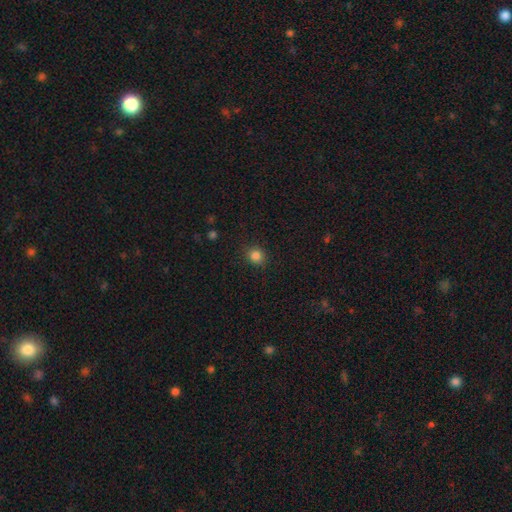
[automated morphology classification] Overall: smooth (84%). How rounded: round (83%). Merging: none (88%).